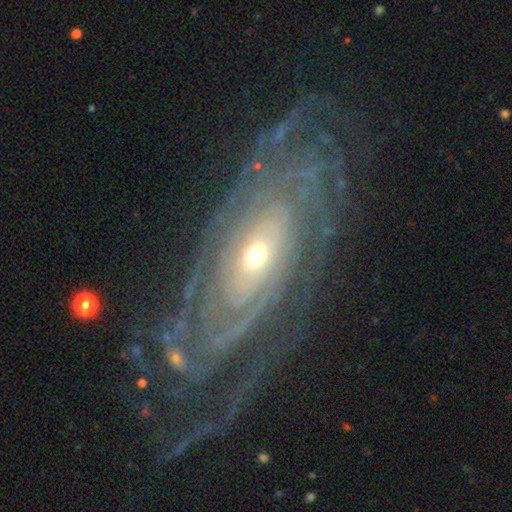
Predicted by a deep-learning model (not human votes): A featured or disk galaxy (87%) with no bar (75%), tight (76%) spiral arms (93%) and a small central bulge (56%).

Vote fractions:
- Smooth or featured? featured or disk: 87% / smooth: 7% / star or artifact: 6%
- Edge-on disk? no: 93% / yes: 7%
- Bar? no: 75% / weak: 16% / strong: 9%
- Spiral arms? yes: 93% / no: 7%
- Spiral winding? tight: 76% / medium: 17% / loose: 7%
- Spiral arm count? can't tell: 35% / 2: 19% / 3: 13% / more than 4: 13% / 4: 11% / 1: 8%
- Bulge size? small: 56% / moderate: 39% / large: 3% / dominant: 1% / none: 1%
- Merging? none: 70% / minor disturbance: 16% / major disturbance: 12% / merger: 2%